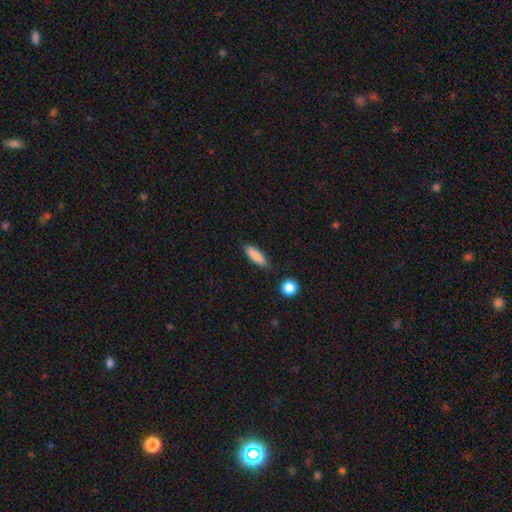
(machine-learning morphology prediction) The model was most divided on "how rounded": cigar-shaped: 61%, in between: 37%, round: 2%. More confident: smooth or featured — smooth (85%); merging — none (84%).